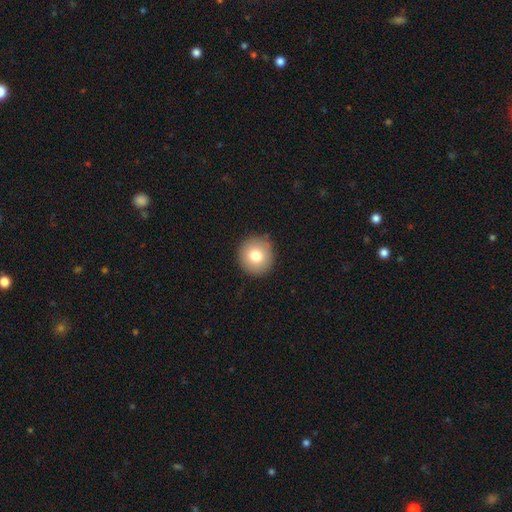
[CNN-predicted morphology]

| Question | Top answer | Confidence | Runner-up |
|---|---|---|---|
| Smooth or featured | smooth | 79% | featured or disk (12%) |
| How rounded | round | 93% | in between (6%) |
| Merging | none | 89% | minor disturbance (8%) |